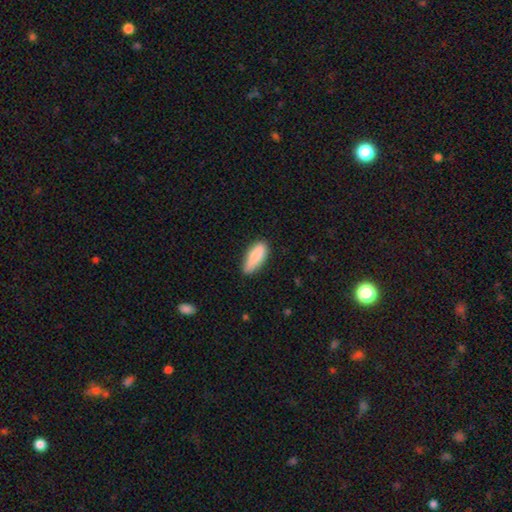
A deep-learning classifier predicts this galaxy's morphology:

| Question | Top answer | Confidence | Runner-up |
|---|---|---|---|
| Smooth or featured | smooth | 85% | featured or disk (9%) |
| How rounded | in between | 72% | cigar-shaped (26%) |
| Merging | none | 72% | minor disturbance (23%) |